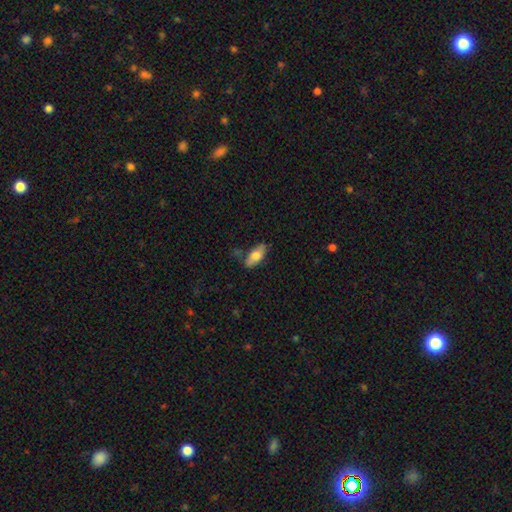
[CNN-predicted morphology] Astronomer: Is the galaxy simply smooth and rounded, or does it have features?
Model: smooth — 72%.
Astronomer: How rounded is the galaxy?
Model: in between — 86%.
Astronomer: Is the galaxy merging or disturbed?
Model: none — 73%.